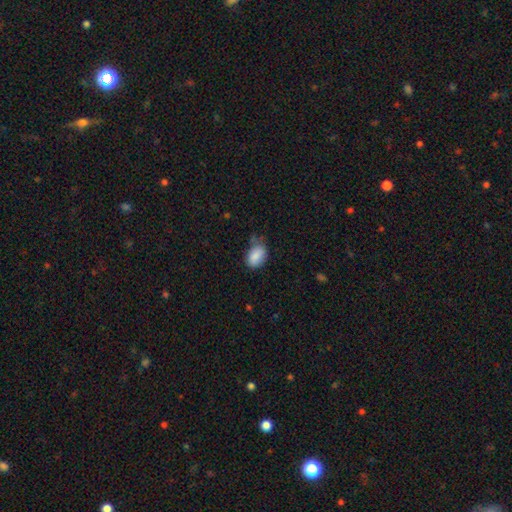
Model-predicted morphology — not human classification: This appears to be a smooth galaxy with no disk features (87%) that is in between round and cigar-shaped (86%). Merging: none (56%).